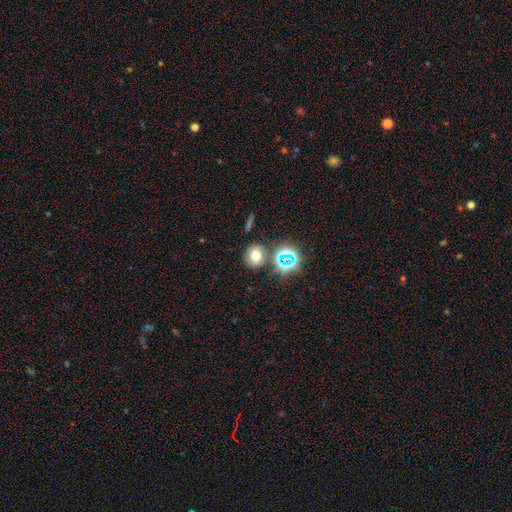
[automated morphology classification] The model was most divided on "smooth or featured": smooth: 68%, star or artifact: 22%, featured or disk: 10%. More confident: merging — none (79%); how rounded — round (73%).